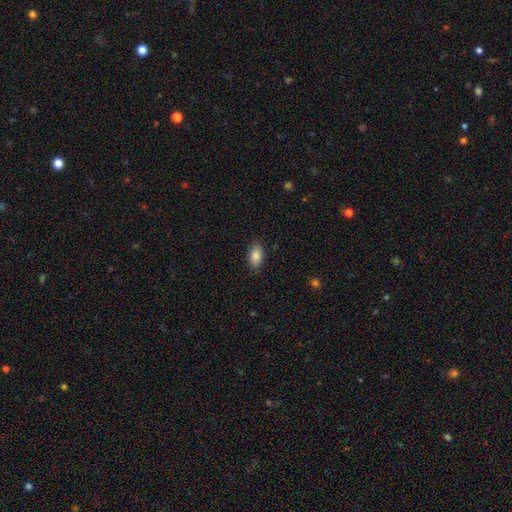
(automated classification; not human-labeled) Smooth or featured: smooth — 86% (star or artifact — 7%)
How rounded: in between — 91% (cigar-shaped — 5%)
Merging: none — 88% (minor disturbance — 9%)